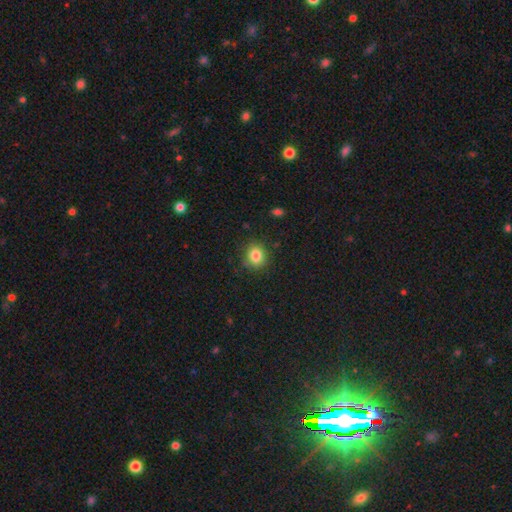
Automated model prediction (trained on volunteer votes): smooth 83%, star or artifact 11%, featured or disk 6%. Down the decision tree: how rounded — round (76%); merging — none (86%).